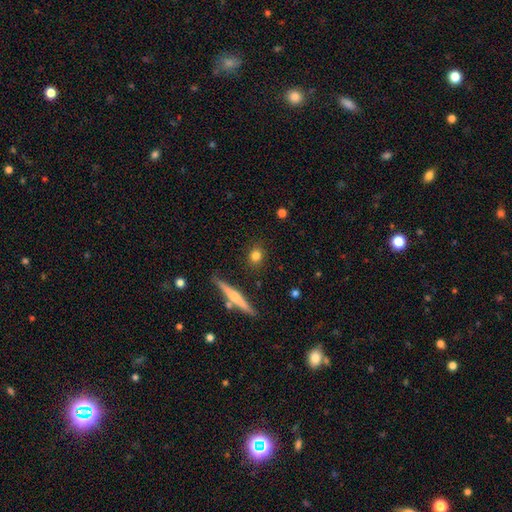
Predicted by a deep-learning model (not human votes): smooth_or_featured: smooth (p=0.78) [alt: featured or disk p=0.13]
how_rounded: round (p=0.60) [alt: in between p=0.31]
merging: none (p=0.86) [alt: minor disturbance p=0.09]